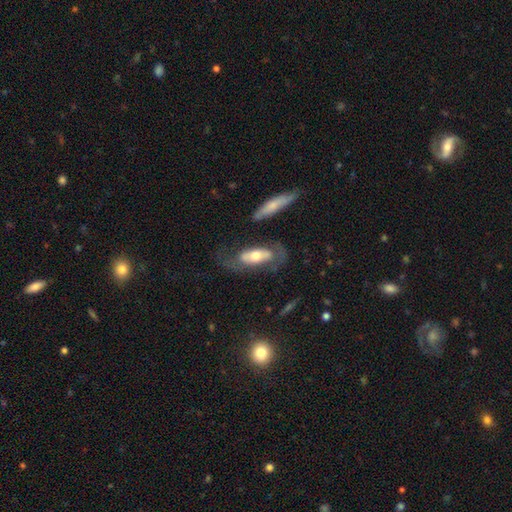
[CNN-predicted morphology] Smooth or featured?
  - featured or disk: 52% *
  - smooth: 42%
  - star or artifact: 6%
Edge-on disk?
  - no: 76% *
  - yes: 24%
Merging?
  - none: 51% *
  - major disturbance: 21%
  - minor disturbance: 21%
  - merger: 7%